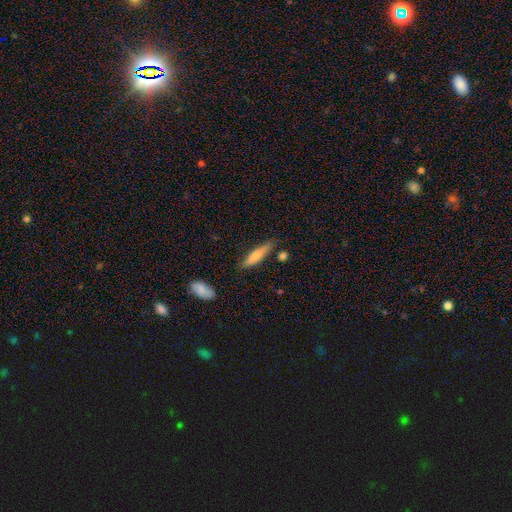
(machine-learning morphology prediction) Smooth or featured? Predicted: smooth (p=0.53). How rounded? Predicted: cigar-shaped (p=0.84). Merging? Predicted: none (p=0.80).